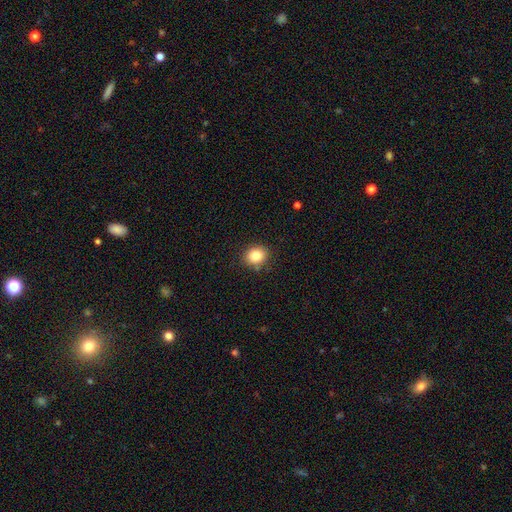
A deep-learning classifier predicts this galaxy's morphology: A smooth galaxy with no disk features (84%) that is round (64%).

Vote fractions:
- Smooth or featured? smooth: 84% / star or artifact: 10% / featured or disk: 6%
- How rounded? round: 64% / in between: 35% / cigar-shaped: 1%
- Merging? none: 86% / minor disturbance: 10% / major disturbance: 3% / merger: 2%